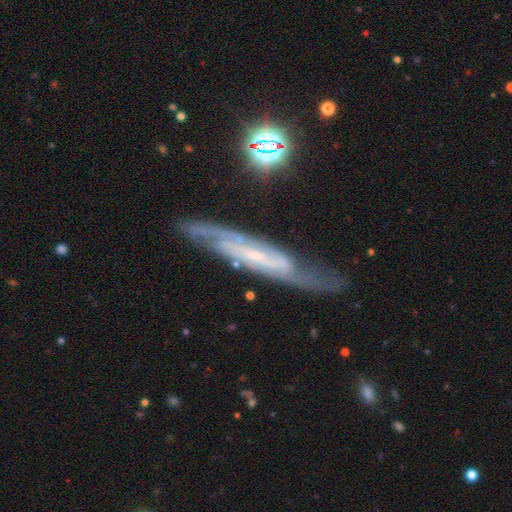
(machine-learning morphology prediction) Overall: featured or disk (81%). Edge-on disk: no (61%; yes 39%). Merging: none (74%).